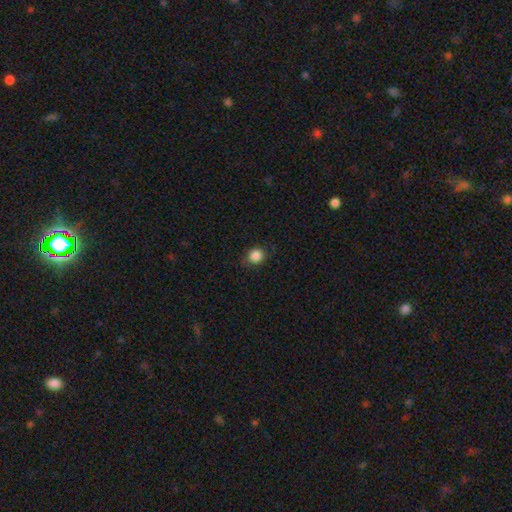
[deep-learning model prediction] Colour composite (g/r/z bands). It shows a smooth galaxy with no disk features (86%) that is round (80%). Merging: none (82%).